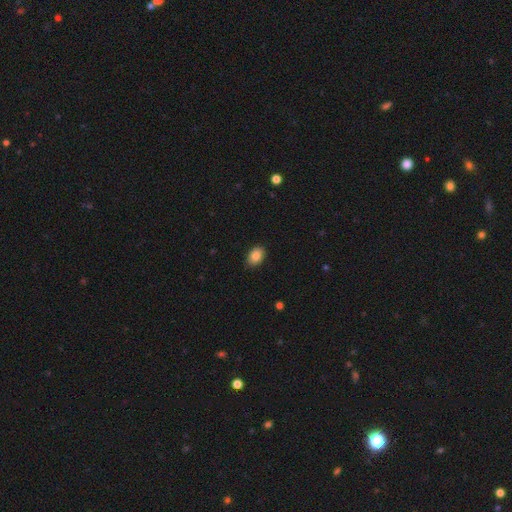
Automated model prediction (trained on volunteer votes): Smooth or featured?
  - smooth: 87% *
  - star or artifact: 8%
  - featured or disk: 5%
How rounded?
  - in between: 81% *
  - round: 18%
  - cigar-shaped: 1%
Merging?
  - none: 87% *
  - minor disturbance: 10%
  - major disturbance: 2%
  - merger: 1%